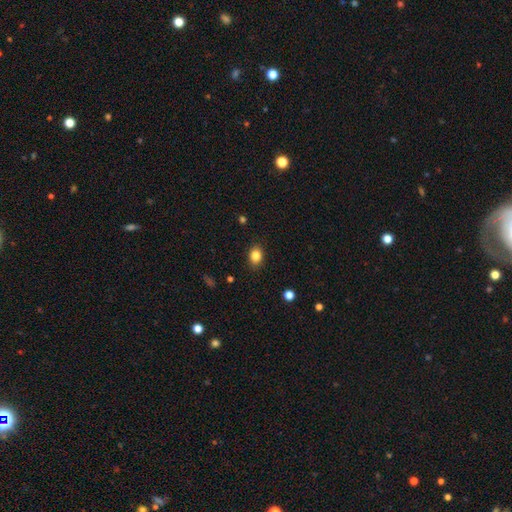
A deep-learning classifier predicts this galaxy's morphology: A smooth galaxy with no disk features (84%) that is in between round and cigar-shaped (58%). Merging: none (87%).